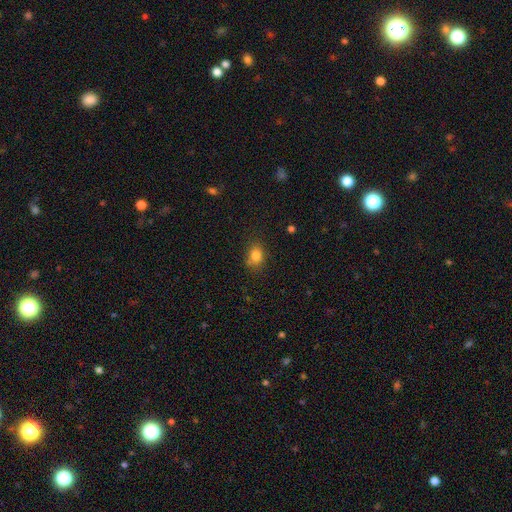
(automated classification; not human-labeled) Morphology: type=smooth (82%); roundness=in between (58%); merging=none (74%).